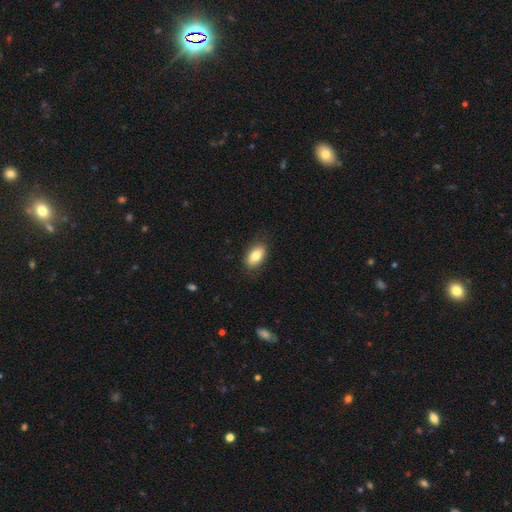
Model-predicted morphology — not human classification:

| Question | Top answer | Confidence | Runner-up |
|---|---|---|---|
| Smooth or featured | smooth | 80% | featured or disk (13%) |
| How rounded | in between | 91% | round (5%) |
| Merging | none | 83% | minor disturbance (13%) |